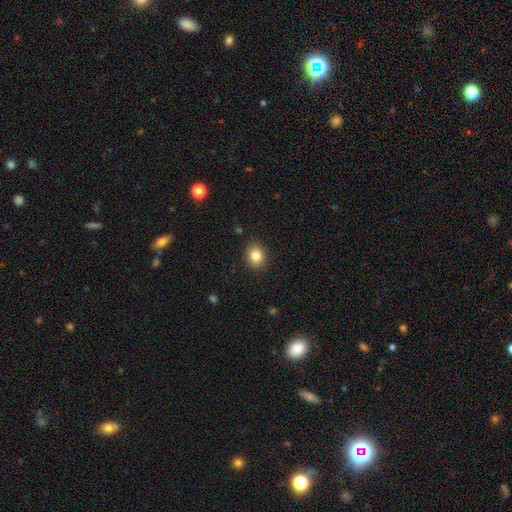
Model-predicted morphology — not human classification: Q: Smooth or featured?
A: smooth (84%); runner-up: star or artifact (10%)
Q: How rounded?
A: round (64%); runner-up: in between (36%)
Q: Merging?
A: none (89%); runner-up: minor disturbance (8%)